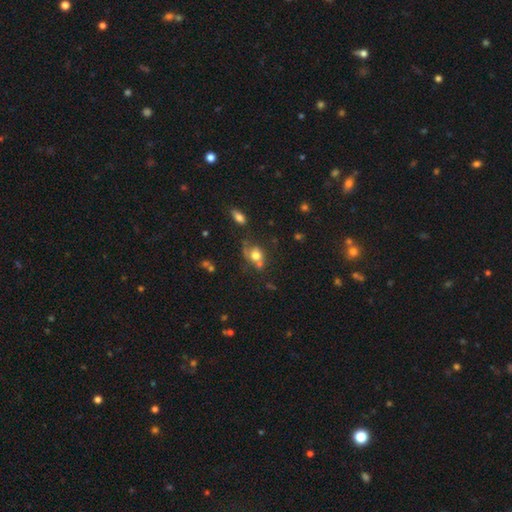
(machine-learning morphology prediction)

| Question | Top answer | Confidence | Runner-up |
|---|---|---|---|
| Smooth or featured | smooth | 70% | featured or disk (17%) |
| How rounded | round | 64% | in between (35%) |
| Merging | none | 43% | merger (26%) |